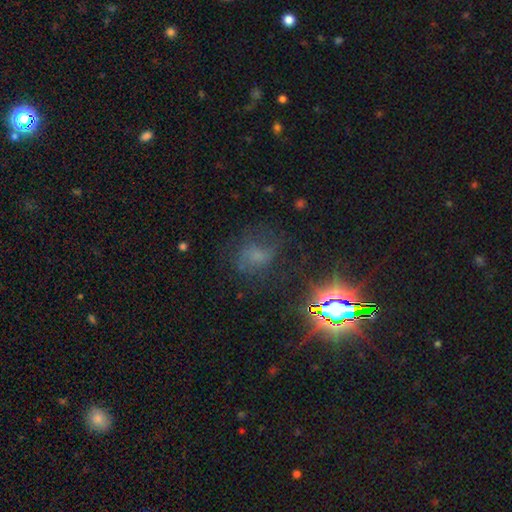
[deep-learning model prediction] Smooth or featured?
  - smooth: 38% *
  - star or artifact: 36%
  - featured or disk: 27%
Merging?
  - none: 59% *
  - minor disturbance: 21%
  - major disturbance: 18%
  - merger: 2%